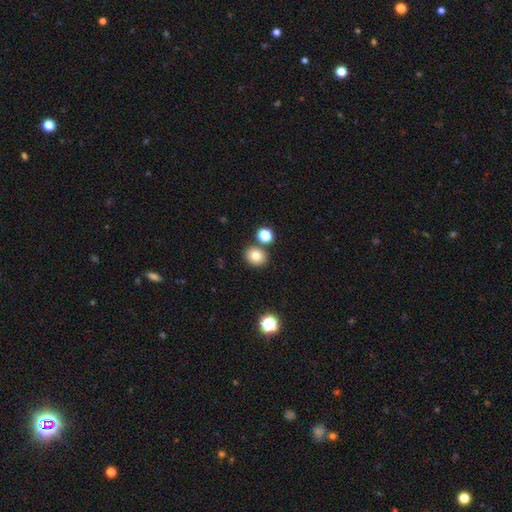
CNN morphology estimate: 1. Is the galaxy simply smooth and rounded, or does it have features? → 79% smooth, 13% star or artifact, 8% featured or disk.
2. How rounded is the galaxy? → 71% round, 28% in between, 1% cigar-shaped.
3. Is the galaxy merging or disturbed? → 81% none, 9% merger, 8% minor disturbance, 2% major disturbance.